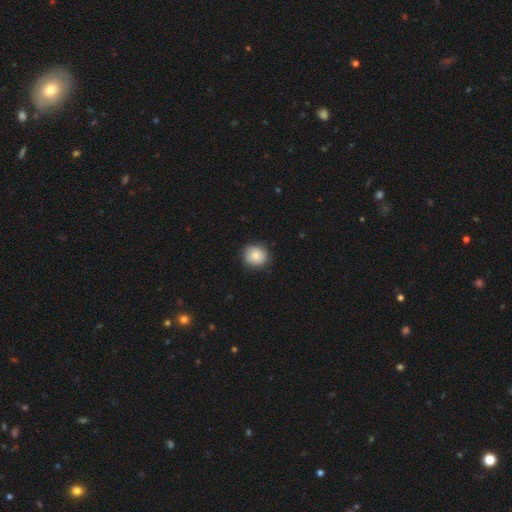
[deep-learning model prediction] Smooth or featured: smooth — 81% (featured or disk — 10%)
How rounded: round — 86% (in between — 13%)
Merging: none — 86% (minor disturbance — 11%)